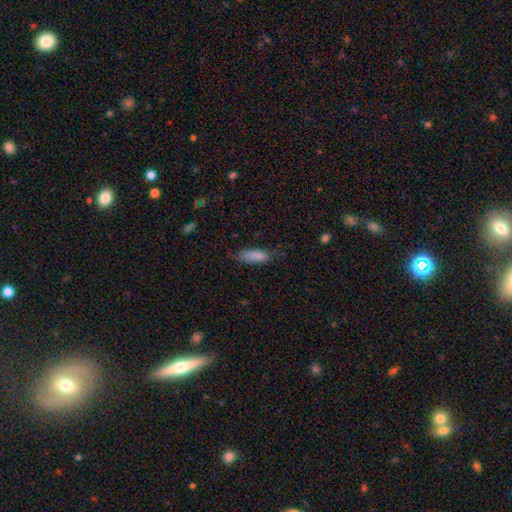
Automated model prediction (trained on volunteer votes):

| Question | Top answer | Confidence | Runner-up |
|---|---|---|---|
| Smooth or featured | smooth | 86% | star or artifact (7%) |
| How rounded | in between | 60% | cigar-shaped (38%) |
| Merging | none | 66% | minor disturbance (26%) |